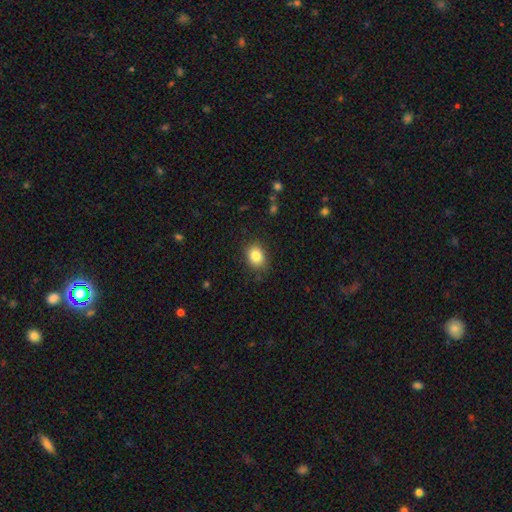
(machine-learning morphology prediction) smooth-or-featured: smooth: 85% | star or artifact: 9% | featured or disk: 6%
  how-rounded: in between: 57% | round: 42% | cigar-shaped: 1%
  merging: none: 83% | minor disturbance: 13% | major disturbance: 3% | merger: 1%